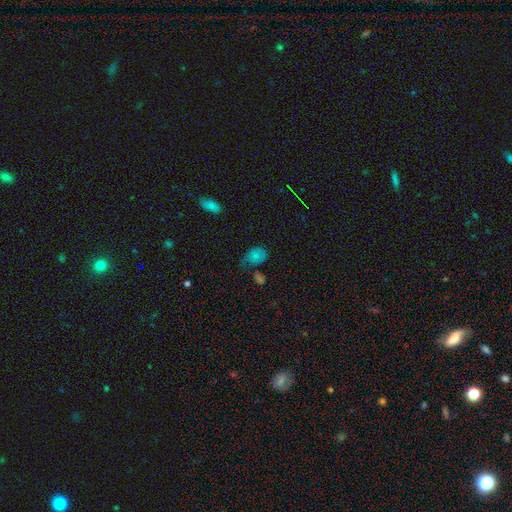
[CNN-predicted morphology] smooth 49%, star or artifact 29%, featured or disk 22%. Down the decision tree: merging — none (45%).